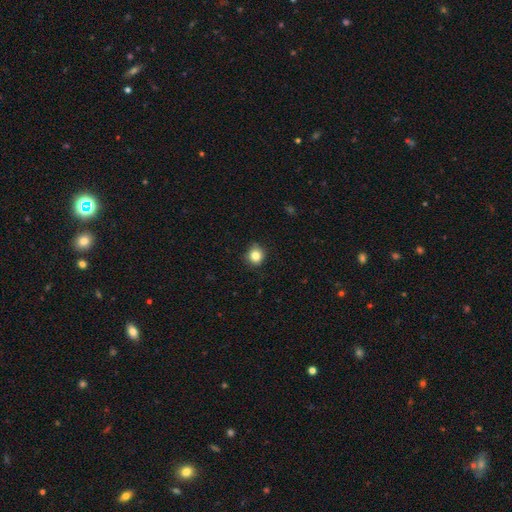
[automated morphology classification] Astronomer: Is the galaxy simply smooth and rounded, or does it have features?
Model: smooth — 84%.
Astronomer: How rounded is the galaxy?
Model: round — 87%.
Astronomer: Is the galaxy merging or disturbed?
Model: none — 86%.